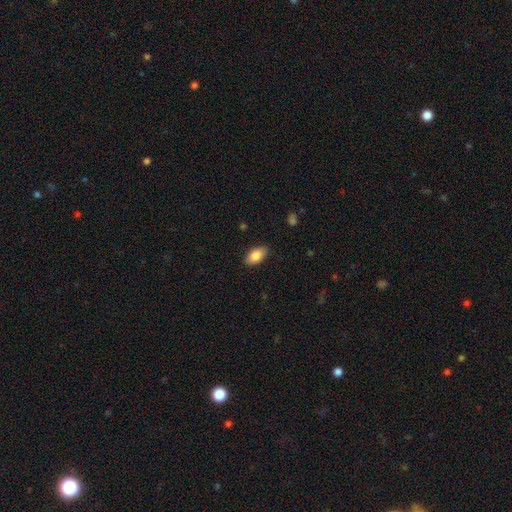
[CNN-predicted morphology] Q: Smooth or featured?
A: smooth (85%); runner-up: featured or disk (9%)
Q: How rounded?
A: in between (93%); runner-up: round (4%)
Q: Merging?
A: none (87%); runner-up: minor disturbance (10%)